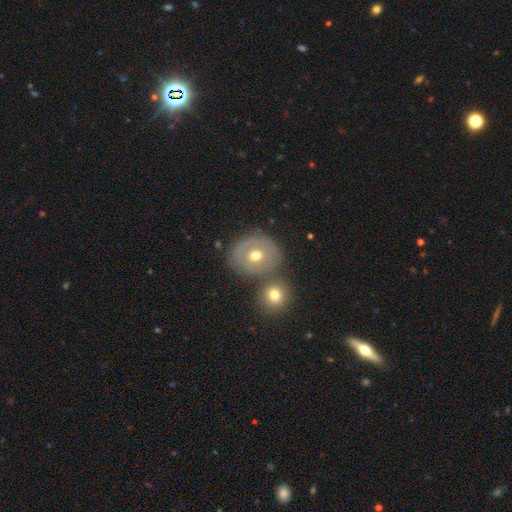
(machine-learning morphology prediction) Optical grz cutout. It shows a smooth galaxy with no disk features (47%). Merging: none (54%).